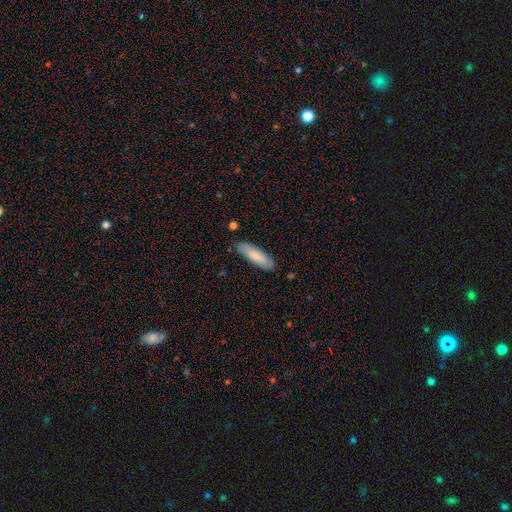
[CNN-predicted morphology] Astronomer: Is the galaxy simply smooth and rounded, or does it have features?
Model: smooth — 78%.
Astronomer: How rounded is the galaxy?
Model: cigar-shaped — 56% (runner-up: in between, 43%).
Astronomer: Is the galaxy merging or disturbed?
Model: none — 84%.